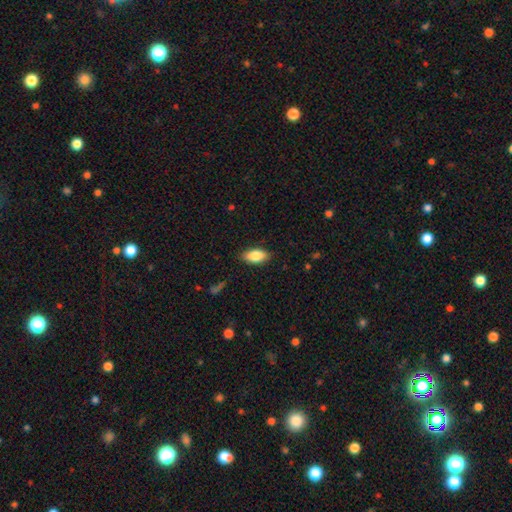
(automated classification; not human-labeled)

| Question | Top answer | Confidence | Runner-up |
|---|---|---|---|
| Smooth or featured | smooth | 86% | featured or disk (7%) |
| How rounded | in between | 90% | cigar-shaped (7%) |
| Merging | none | 87% | minor disturbance (10%) |